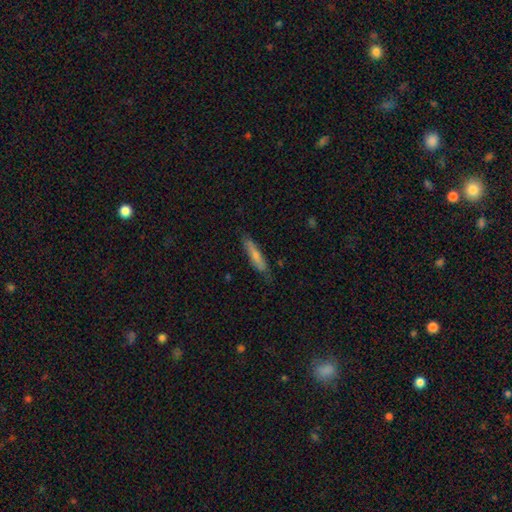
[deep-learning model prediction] A smooth galaxy with no disk features (67%) that is cigar-shaped (85%).

Vote fractions:
- Smooth or featured? smooth: 67% / featured or disk: 27% / star or artifact: 6%
- How rounded? cigar-shaped: 85% / in between: 13% / round: 2%
- Merging? none: 77% / minor disturbance: 18% / major disturbance: 3% / merger: 1%